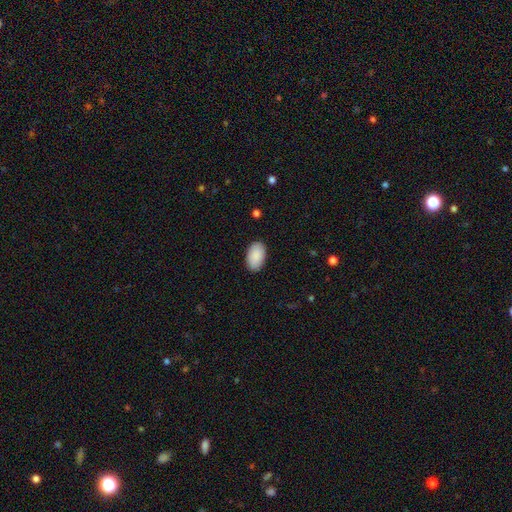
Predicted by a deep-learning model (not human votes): A smooth galaxy with no disk features (91%) that is in between round and cigar-shaped (95%).

Vote fractions:
- Smooth or featured? smooth: 91% / star or artifact: 6% / featured or disk: 3%
- How rounded? in between: 95% / round: 4% / cigar-shaped: 1%
- Merging? none: 89% / minor disturbance: 8% / major disturbance: 2% / merger: 1%